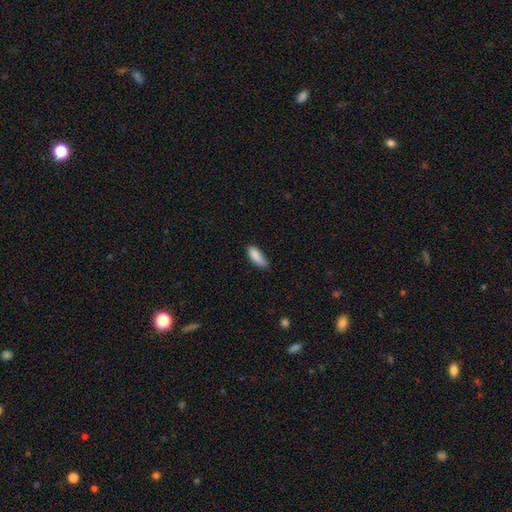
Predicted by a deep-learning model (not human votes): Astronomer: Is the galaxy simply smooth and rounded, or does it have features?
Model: smooth — 87%.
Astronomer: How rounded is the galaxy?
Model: in between — 65%.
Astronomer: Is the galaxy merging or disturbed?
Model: none — 63%.